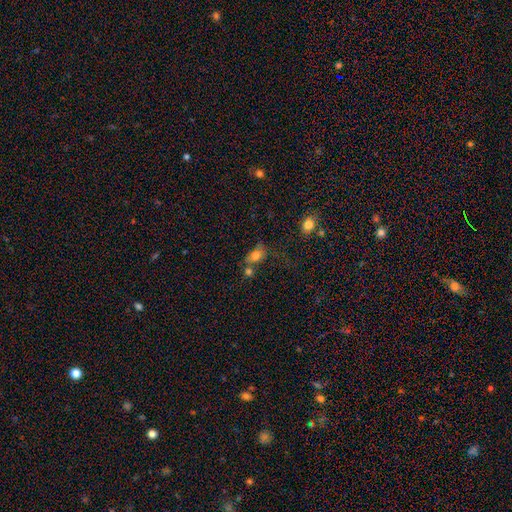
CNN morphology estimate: Overall: smooth (75%). How rounded: in between (69%). Merging: none (37%; merger 35%).